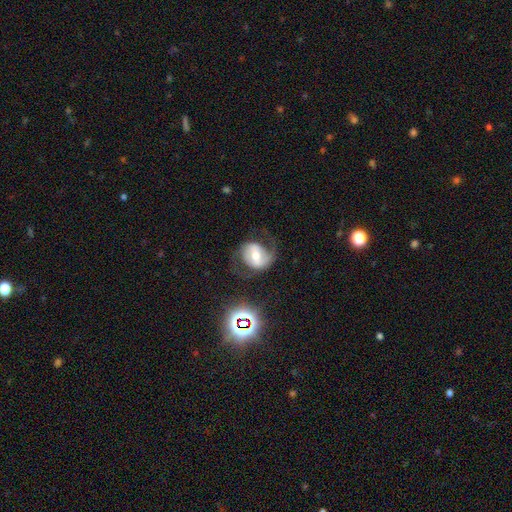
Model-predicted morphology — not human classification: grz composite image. It shows a featured or disk galaxy (67%) with a strong bar (39%), 2 (82%) medium (45%) spiral arms (83%) and a moderate central bulge (63%). Merging: none (63%).